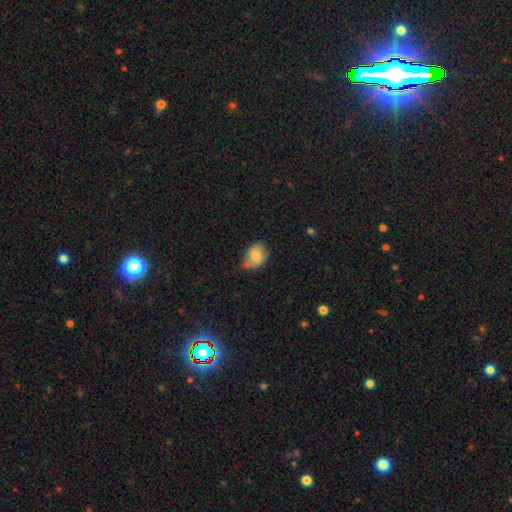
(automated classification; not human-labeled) Morphology: type=smooth (78%); roundness=in between (56%); merging=minor disturbance (45%).